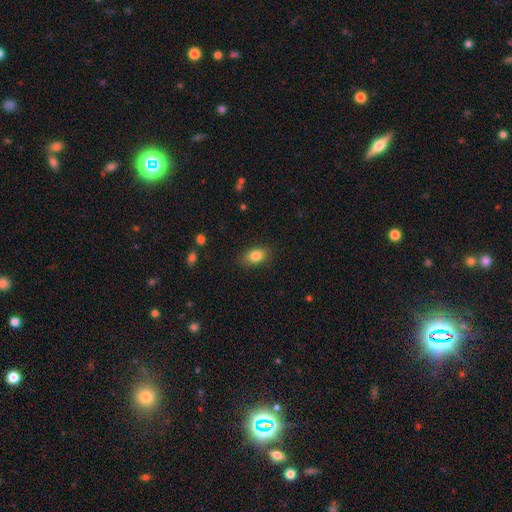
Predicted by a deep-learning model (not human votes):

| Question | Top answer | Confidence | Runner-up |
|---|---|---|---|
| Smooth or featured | smooth | 83% | star or artifact (9%) |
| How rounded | in between | 82% | round (16%) |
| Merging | none | 85% | minor disturbance (11%) |